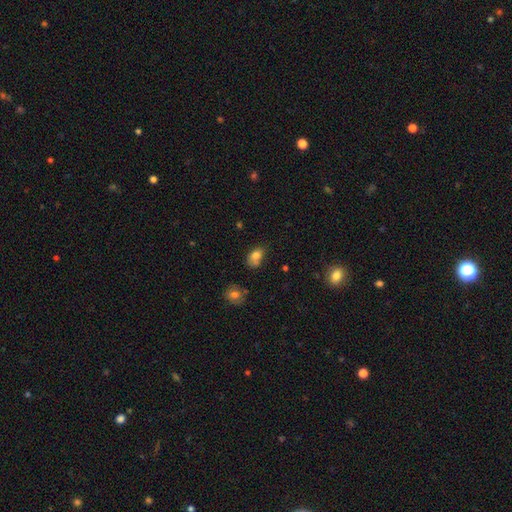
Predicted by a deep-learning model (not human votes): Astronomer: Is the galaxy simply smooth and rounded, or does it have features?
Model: smooth — 79%.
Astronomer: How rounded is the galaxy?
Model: in between — 79%.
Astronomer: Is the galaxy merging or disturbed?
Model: none — 47% (runner-up: minor disturbance, 32%).